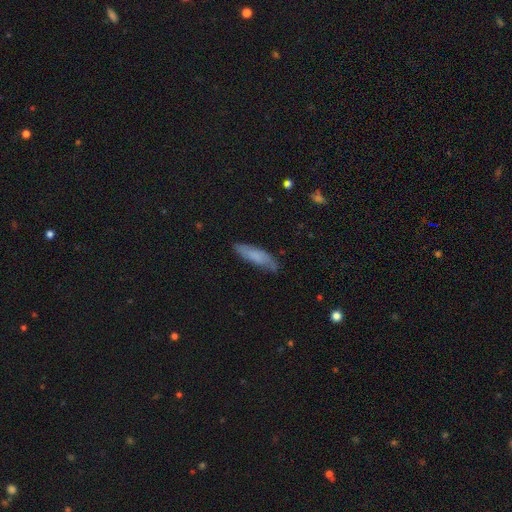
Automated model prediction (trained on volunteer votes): The model was most divided on "how rounded": cigar-shaped: 61%, in between: 37%, round: 2%. More confident: merging — none (74%); smooth or featured — smooth (67%).